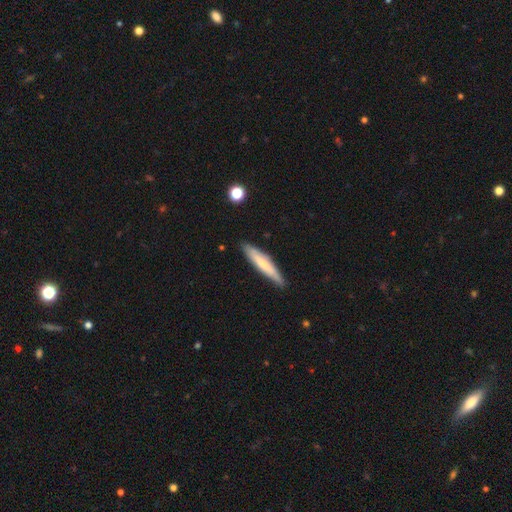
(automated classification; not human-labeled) A smooth galaxy with no disk features (58%) that is cigar-shaped (90%).

Vote fractions:
- Smooth or featured? smooth: 58% / featured or disk: 35% / star or artifact: 6%
- How rounded? cigar-shaped: 90% / in between: 9% / round: 1%
- Merging? none: 86% / minor disturbance: 11% / major disturbance: 2% / merger: 1%